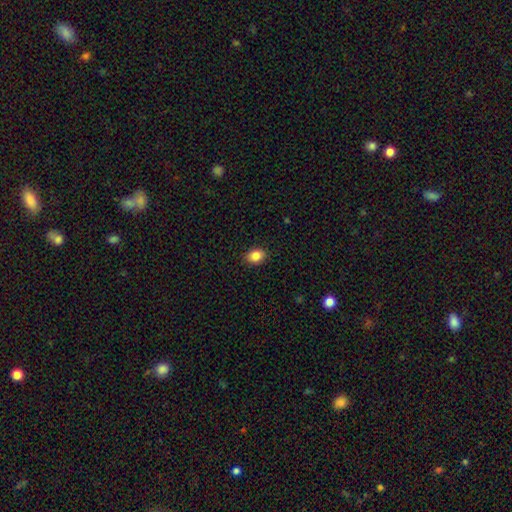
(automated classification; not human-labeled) A smooth galaxy with no disk features (86%) that is in between round and cigar-shaped (67%).

Vote fractions:
- Smooth or featured? smooth: 86% / star or artifact: 9% / featured or disk: 5%
- How rounded? in between: 67% / round: 32% / cigar-shaped: 1%
- Merging? none: 89% / minor disturbance: 8% / major disturbance: 2% / merger: 1%